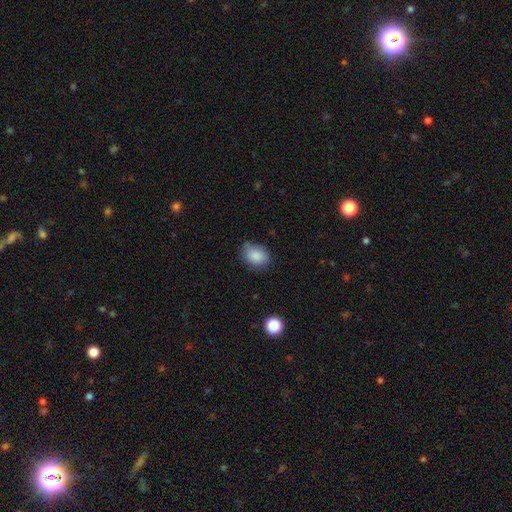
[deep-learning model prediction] smooth_or_featured: smooth (p=0.86) [alt: star or artifact p=0.08]
how_rounded: in between (p=0.69) [alt: round p=0.30]
merging: none (p=0.69) [alt: minor disturbance p=0.25]